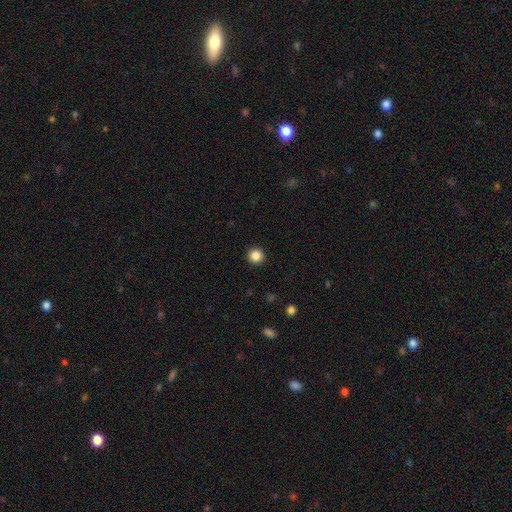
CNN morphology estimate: Smooth or featured? Predicted: smooth (p=0.86). How rounded? Predicted: round (p=0.96). Merging? Predicted: none (p=0.93).